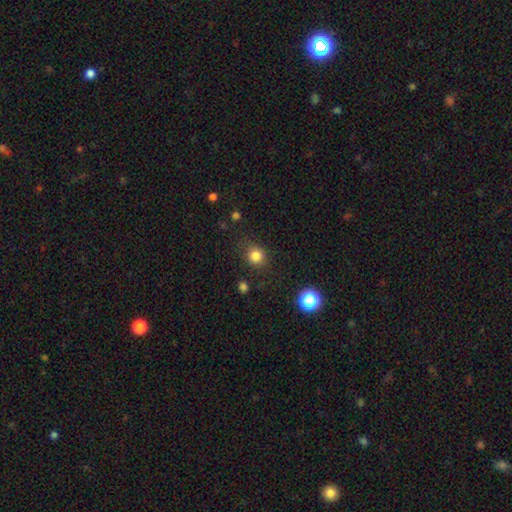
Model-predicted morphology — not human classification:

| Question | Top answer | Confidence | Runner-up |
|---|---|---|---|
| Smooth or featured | smooth | 82% | star or artifact (13%) |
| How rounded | round | 82% | in between (17%) |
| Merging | none | 82% | minor disturbance (12%) |